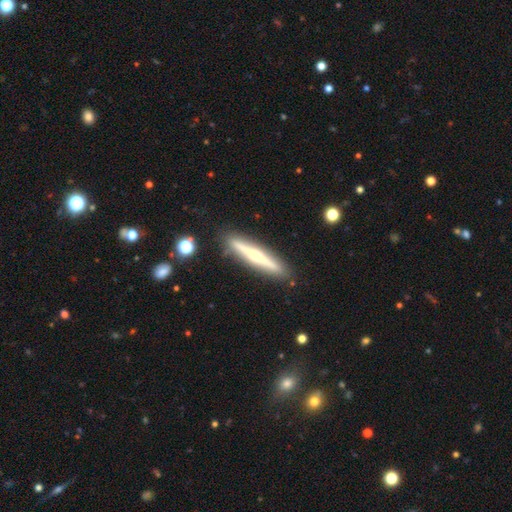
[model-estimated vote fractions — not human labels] This appears to be a featured or disk galaxy (68%) viewed edge-on (97%) with a rounded central bulge (84%). Merging: none (89%).